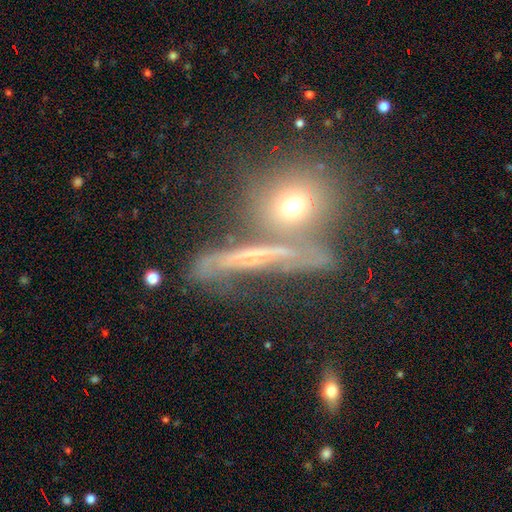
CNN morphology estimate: The model was most divided on "edge-on disk": yes: 60%, no: 40%. More confident: merging — none (55%); smooth or featured — featured or disk (53%).